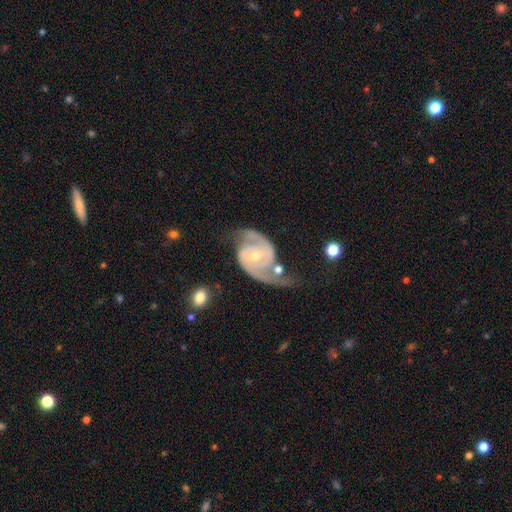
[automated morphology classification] The model was most divided on "bulge size": small: 49%, moderate: 47%, large: 2%, none: 1%, dominant: 1%. More confident: spiral arms — yes (98%); edge-on disk — no (98%); spiral arm count — 2 (93%); smooth or featured — featured or disk (92%); merging — none (61%); bar — no (55%); spiral winding — medium (50%).